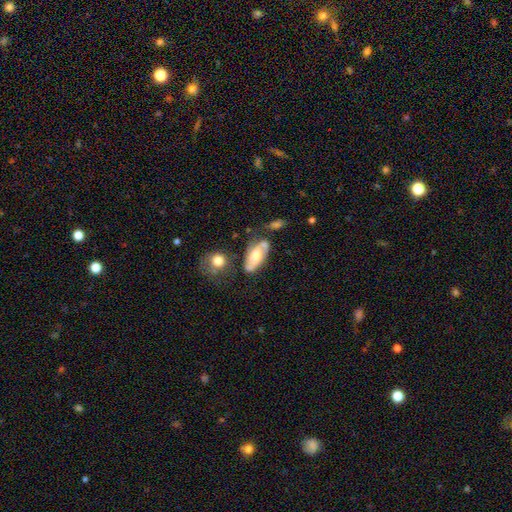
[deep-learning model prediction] Smooth or featured? featured or disk (52%)
Edge-on disk? no (87%)
Merging? none (52%)